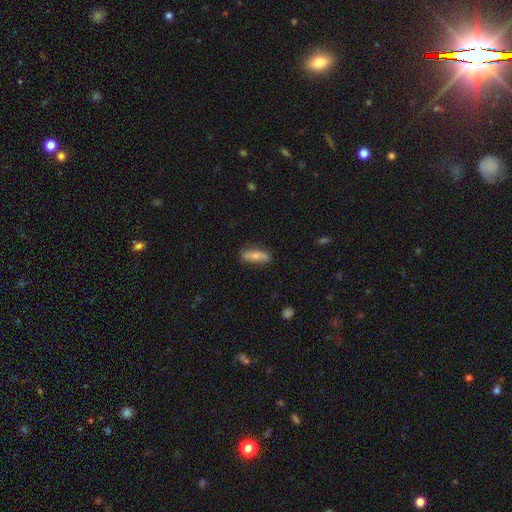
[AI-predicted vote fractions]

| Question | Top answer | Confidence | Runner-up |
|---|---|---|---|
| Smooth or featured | smooth | 62% | featured or disk (32%) |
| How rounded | in between | 57% | cigar-shaped (40%) |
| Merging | none | 81% | minor disturbance (15%) |